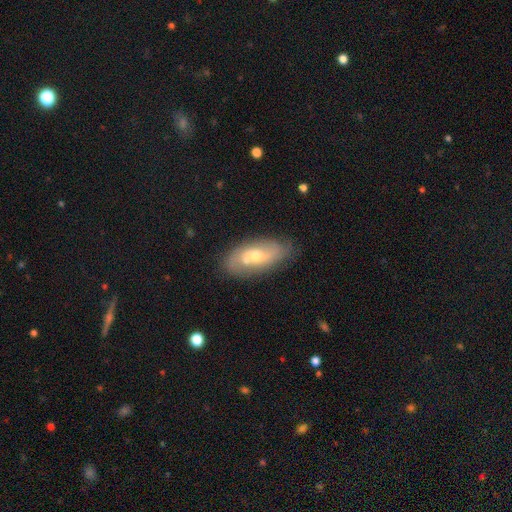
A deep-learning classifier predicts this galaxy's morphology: smooth-or-featured: featured or disk: 53% | smooth: 40% | star or artifact: 7%
  disk-edge-on: no: 86% | yes: 14%
  merging: none: 68% | minor disturbance: 17% | merger: 10% | major disturbance: 5%